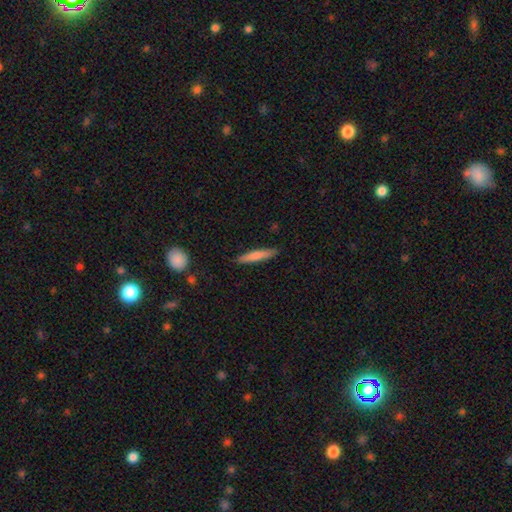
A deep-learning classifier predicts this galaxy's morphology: smooth 74%, featured or disk 20%, star or artifact 6%. Down the decision tree: how rounded — cigar-shaped (92%); merging — none (88%).